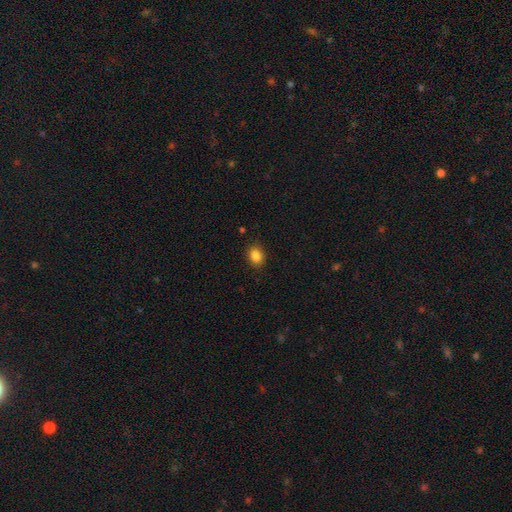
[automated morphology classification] This is clearly a smooth galaxy (86%). How rounded: possibly in between (59%). Merging: clearly none (87%).